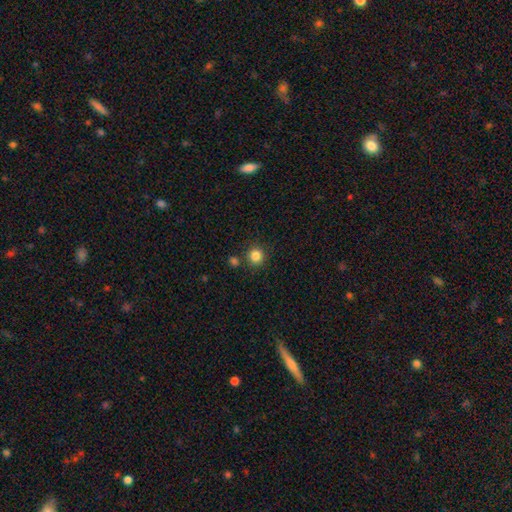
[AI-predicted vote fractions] Smooth or featured? Predicted: smooth (p=0.84). How rounded? Predicted: round (p=0.93). Merging? Predicted: none (p=0.84).